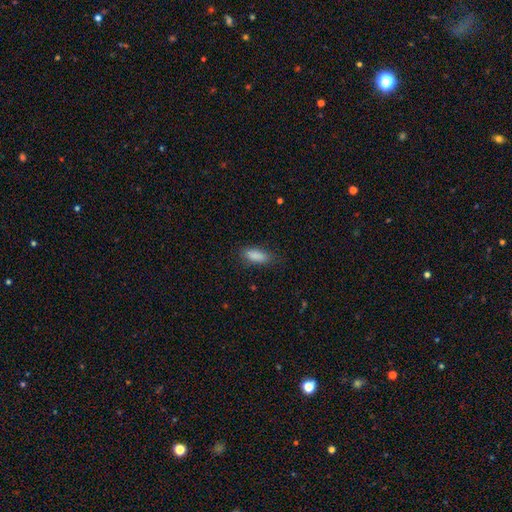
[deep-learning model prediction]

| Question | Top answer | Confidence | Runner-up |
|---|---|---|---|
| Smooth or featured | smooth | 88% | star or artifact (7%) |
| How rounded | in between | 75% | cigar-shaped (23%) |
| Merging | none | 79% | minor disturbance (16%) |